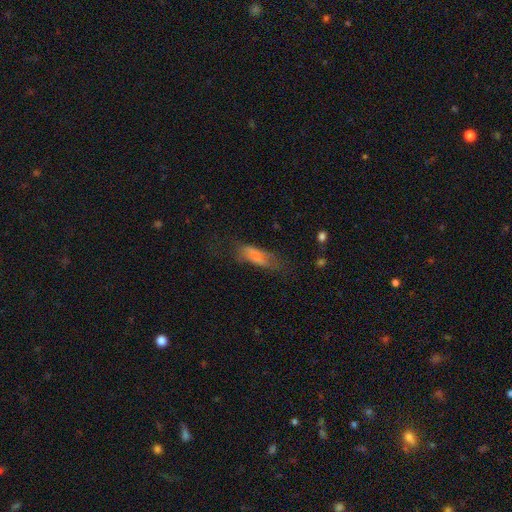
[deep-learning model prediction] Q: Smooth or featured?
A: smooth (66%); runner-up: featured or disk (24%)
Q: How rounded?
A: in between (59%); runner-up: cigar-shaped (38%)
Q: Merging?
A: none (40%); runner-up: minor disturbance (29%)